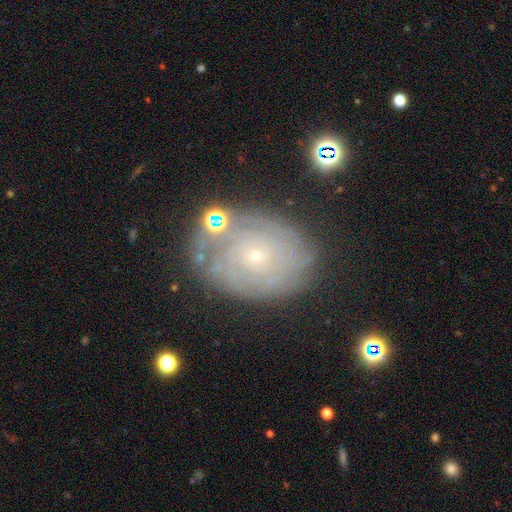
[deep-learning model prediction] Morphology: type=featured or disk (72%); edge-on=no (97%); bar=no (87%); spiral arms=yes (81%); winding=tight (80%); arm count=can't tell (57%); bulge=small (85%); merging=none (69%).